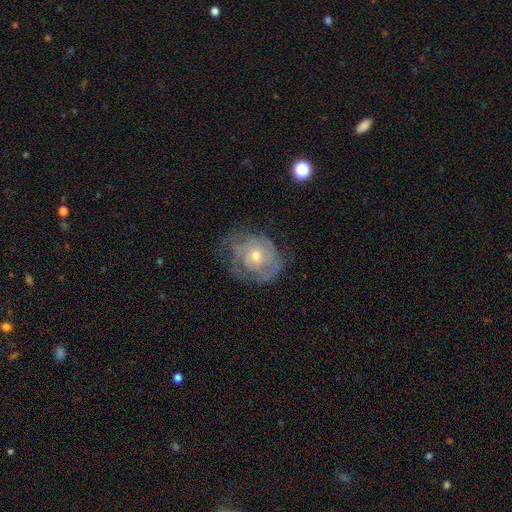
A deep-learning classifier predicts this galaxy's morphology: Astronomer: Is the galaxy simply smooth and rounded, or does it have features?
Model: featured or disk — 74%.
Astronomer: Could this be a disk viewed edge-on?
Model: no — 97%.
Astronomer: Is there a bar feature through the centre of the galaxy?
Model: no — 78%.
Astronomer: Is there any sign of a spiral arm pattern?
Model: yes — 83%.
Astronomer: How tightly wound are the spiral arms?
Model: tight — 62%.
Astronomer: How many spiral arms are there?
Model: can't tell — 46%.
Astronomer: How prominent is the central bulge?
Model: small — 51% (runner-up: moderate, 45%).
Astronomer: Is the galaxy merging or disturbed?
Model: none — 57%.